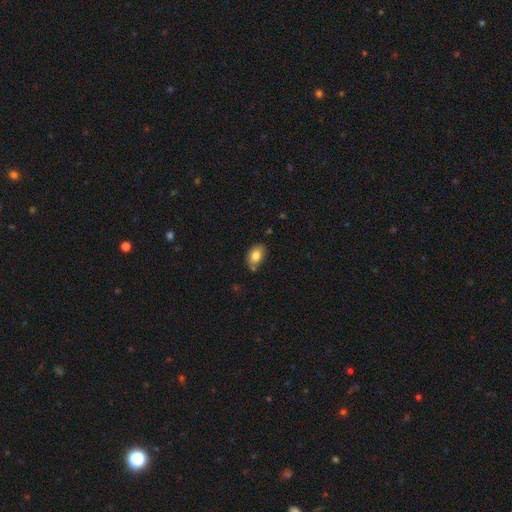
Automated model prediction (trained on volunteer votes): Overall: smooth (80%). How rounded: in between (88%). Merging: none (71%).